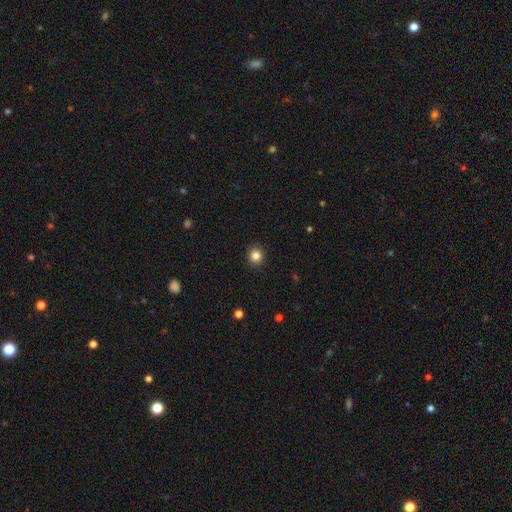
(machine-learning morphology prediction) Overall: smooth (84%). How rounded: round (91%). Merging: none (92%).